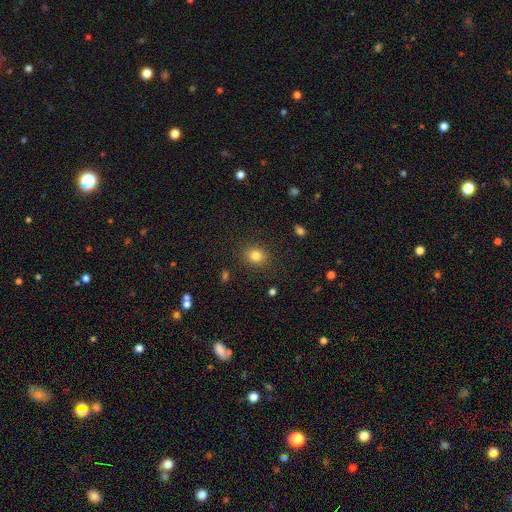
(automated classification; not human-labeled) Q: Smooth or featured?
A: smooth (82%); runner-up: star or artifact (12%)
Q: How rounded?
A: round (72%); runner-up: in between (27%)
Q: Merging?
A: none (88%); runner-up: minor disturbance (8%)